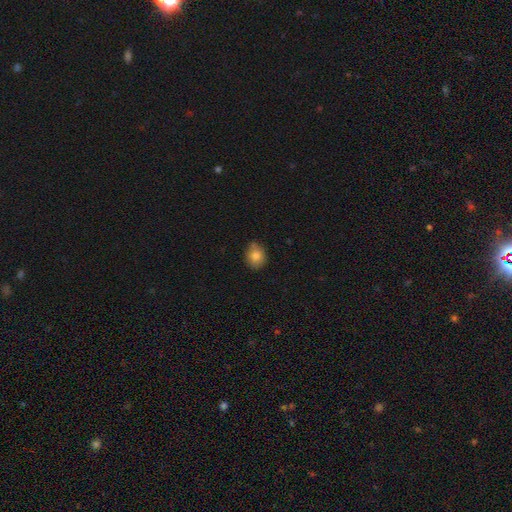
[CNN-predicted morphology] Smooth or featured: smooth — 80% (featured or disk — 11%)
How rounded: round — 61% (in between — 38%)
Merging: none — 74% (minor disturbance — 21%)